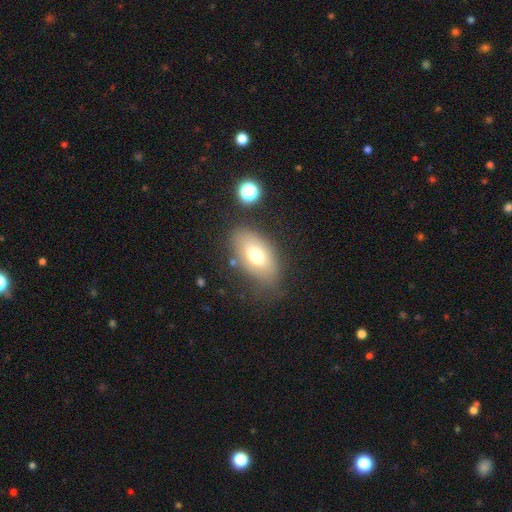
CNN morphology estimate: A smooth galaxy with no disk features (69%) that is in between round and cigar-shaped (90%). Merging: none (72%).